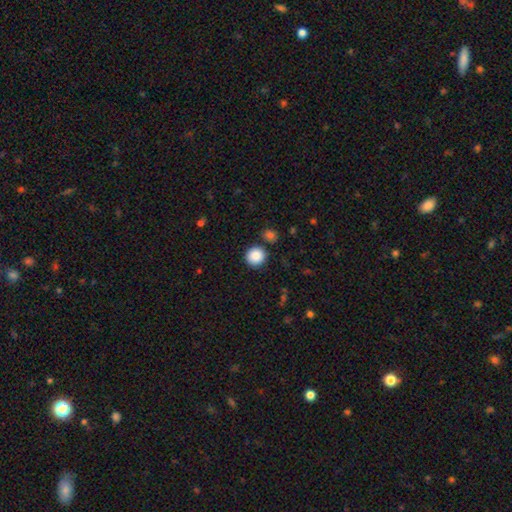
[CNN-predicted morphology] type=smooth (87%); roundness=round (92%); merging=none (86%).